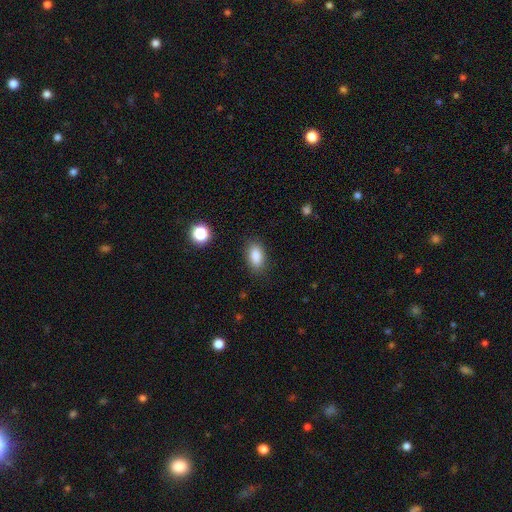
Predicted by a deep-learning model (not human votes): The model was most divided on "merging": none: 85%, minor disturbance: 10%, major disturbance: 3%, merger: 1%. More confident: how rounded — in between (90%); smooth or featured — smooth (87%).